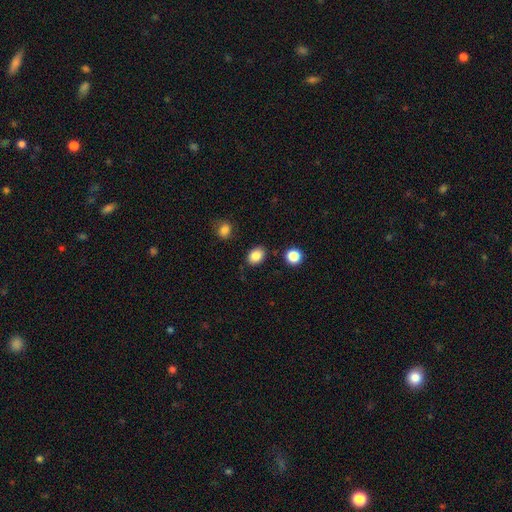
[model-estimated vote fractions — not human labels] smooth_or_featured: smooth (p=0.85) [alt: star or artifact p=0.10]
how_rounded: in between (p=0.64) [alt: round p=0.35]
merging: none (p=0.84) [alt: minor disturbance p=0.10]